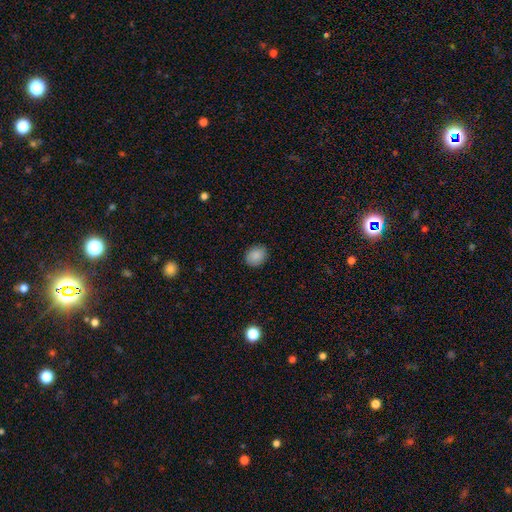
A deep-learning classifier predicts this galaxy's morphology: Smooth or featured? Predicted: smooth (p=0.87). How rounded? Predicted: round (p=0.51). Merging? Predicted: none (p=0.86).